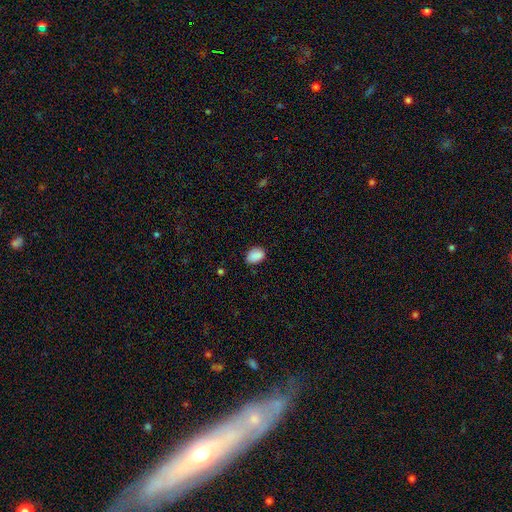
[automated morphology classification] The model was most divided on "merging": none: 76%, minor disturbance: 20%, major disturbance: 3%, merger: 1%. More confident: smooth or featured — smooth (89%); how rounded — in between (78%).